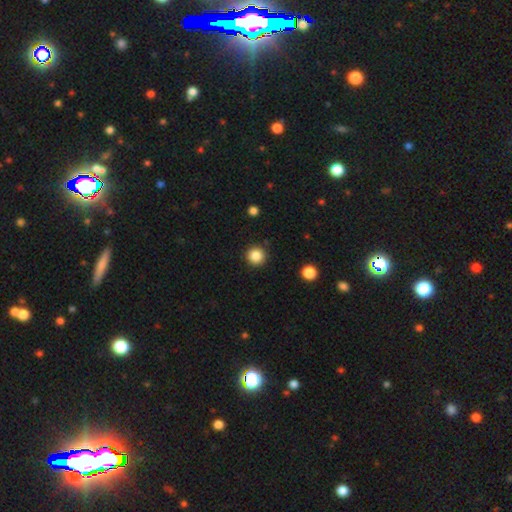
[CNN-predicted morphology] Q: Smooth or featured?
A: smooth (85%); runner-up: star or artifact (11%)
Q: How rounded?
A: round (96%); runner-up: in between (3%)
Q: Merging?
A: none (91%); runner-up: minor disturbance (5%)